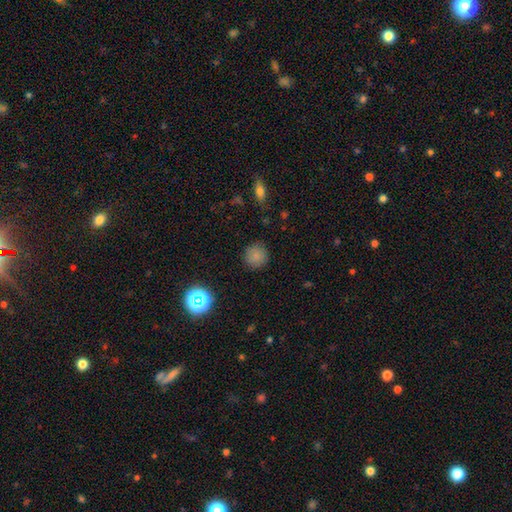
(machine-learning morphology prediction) Smooth or featured? Predicted: smooth (p=0.81). How rounded? Predicted: round (p=0.93). Merging? Predicted: none (p=0.88).